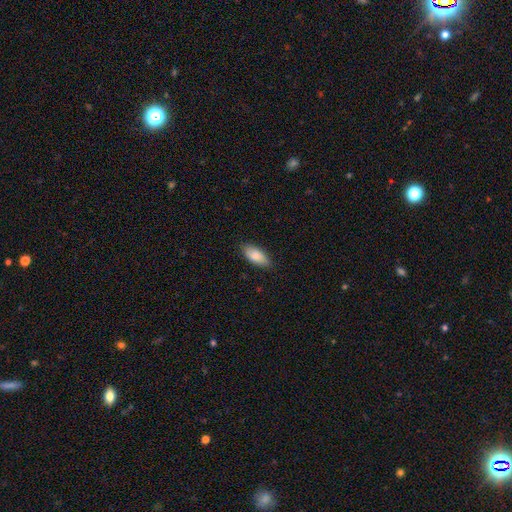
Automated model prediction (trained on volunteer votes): smooth-or-featured: smooth: 86% | featured or disk: 8% | star or artifact: 6%
  how-rounded: in between: 87% | cigar-shaped: 11% | round: 2%
  merging: none: 85% | minor disturbance: 12% | major disturbance: 2% | merger: 1%